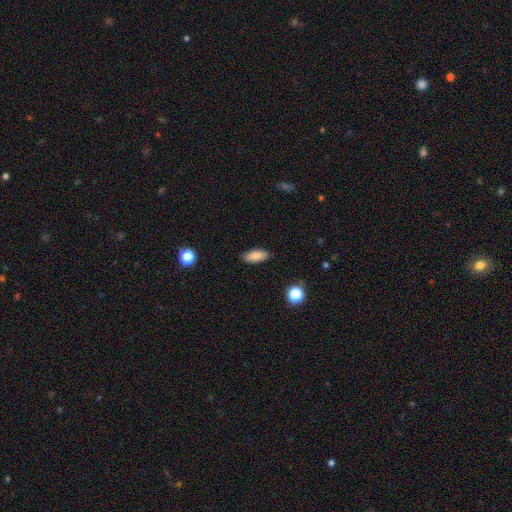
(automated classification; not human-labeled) Overall: smooth (85%). How rounded: in between (82%). Merging: none (87%).